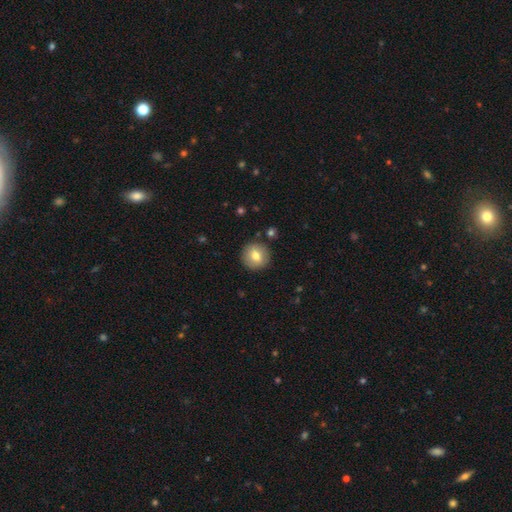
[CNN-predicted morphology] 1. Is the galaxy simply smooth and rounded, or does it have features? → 77% smooth, 15% featured or disk, 8% star or artifact.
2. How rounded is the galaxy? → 93% round, 6% in between, 1% cigar-shaped.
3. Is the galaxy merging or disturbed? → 89% none, 7% minor disturbance, 2% major disturbance, 2% merger.